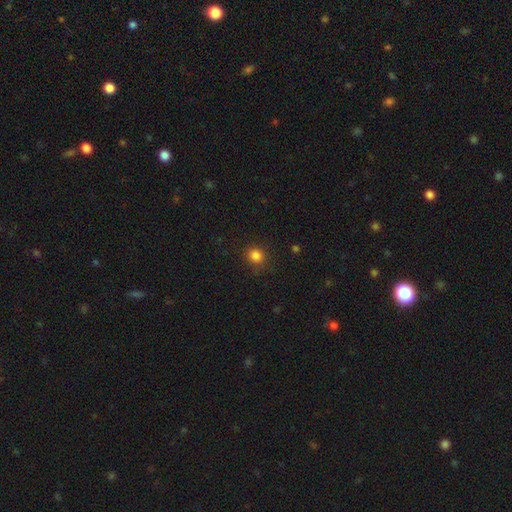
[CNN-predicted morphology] Smooth or featured: smooth — 84% (star or artifact — 12%)
How rounded: round — 85% (in between — 14%)
Merging: none — 85% (minor disturbance — 10%)